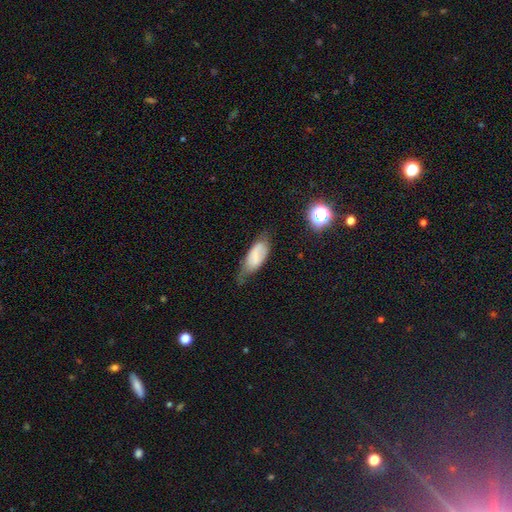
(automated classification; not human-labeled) Smooth or featured? smooth (60%)
How rounded? in between (82%)
Merging? none (42%)